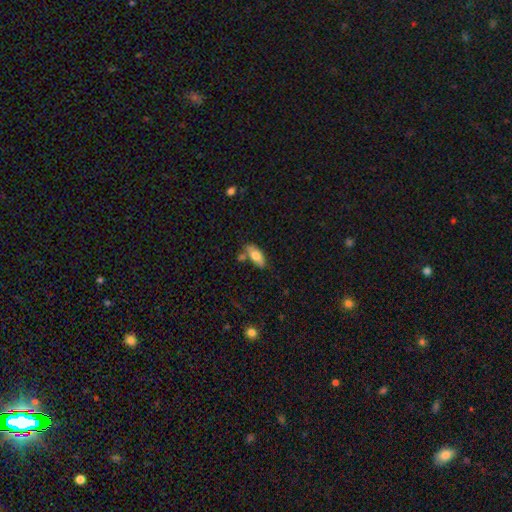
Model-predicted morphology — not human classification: smooth-or-featured: smooth: 75% | featured or disk: 19% | star or artifact: 7%
  how-rounded: in between: 81% | cigar-shaped: 16% | round: 3%
  merging: none: 60% | minor disturbance: 19% | merger: 16% | major disturbance: 5%